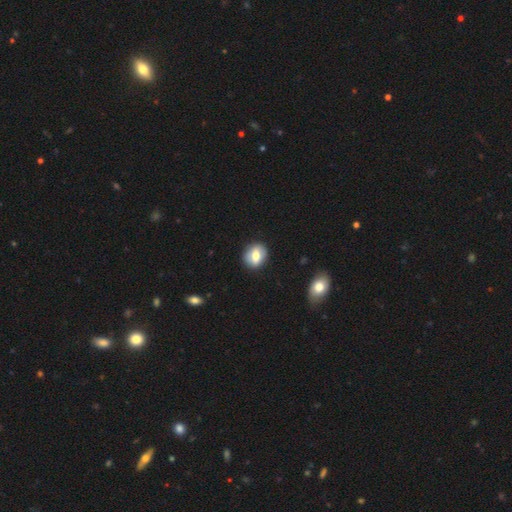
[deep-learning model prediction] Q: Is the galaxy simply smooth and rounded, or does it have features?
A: smooth — 64%.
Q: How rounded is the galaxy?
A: round — 61%.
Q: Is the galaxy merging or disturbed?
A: none — 88%.